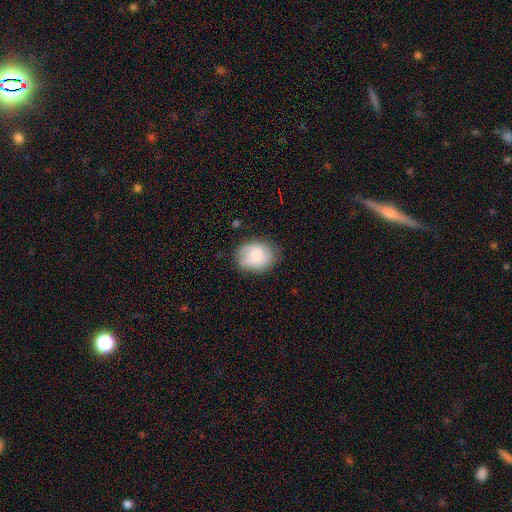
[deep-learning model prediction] smooth-or-featured: smooth: 70% | featured or disk: 23% | star or artifact: 7%
  how-rounded: in between: 56% | round: 43% | cigar-shaped: 1%
  merging: none: 73% | minor disturbance: 20% | major disturbance: 6% | merger: 1%